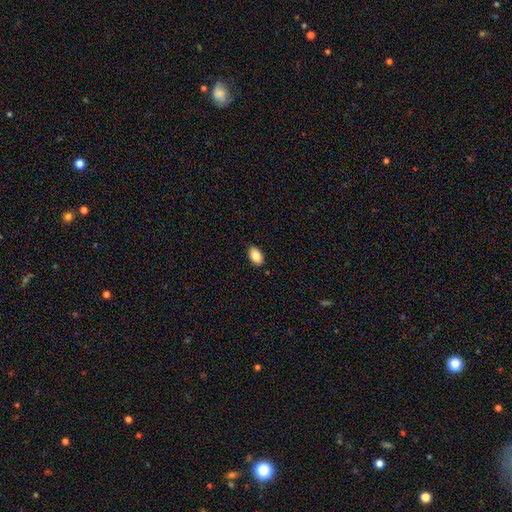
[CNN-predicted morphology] This is clearly a smooth galaxy (85%). How rounded: clearly in between (92%). Merging: clearly none (89%).